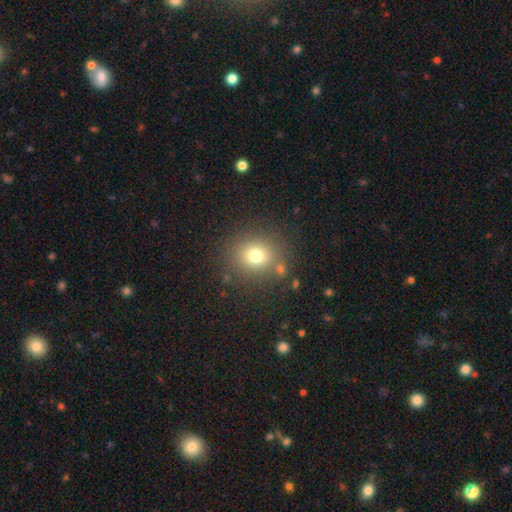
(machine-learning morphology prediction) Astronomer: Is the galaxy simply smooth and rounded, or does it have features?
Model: smooth — 74%.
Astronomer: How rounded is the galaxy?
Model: round — 80%.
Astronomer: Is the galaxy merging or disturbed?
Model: none — 82%.